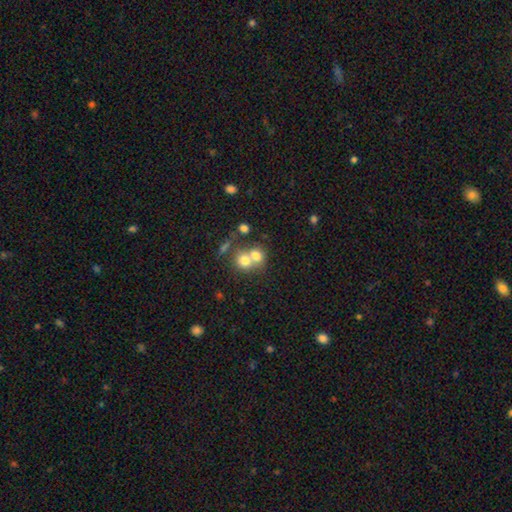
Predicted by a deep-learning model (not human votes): smooth 72%, featured or disk 17%, star or artifact 11%. Down the decision tree: how rounded — round (67%); merging — merger (64%).